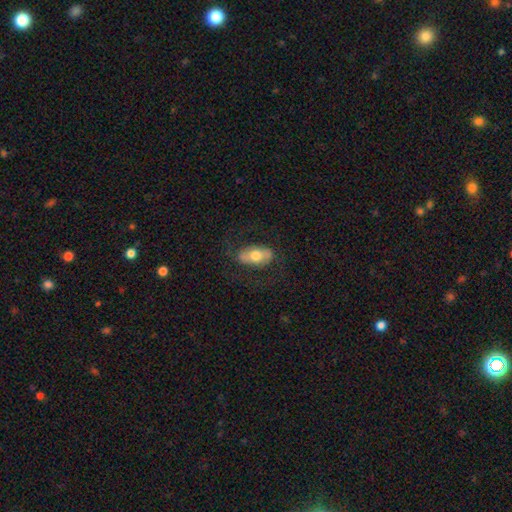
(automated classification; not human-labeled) Morphology: type=smooth (55%); roundness=in between (90%); merging=none (73%).